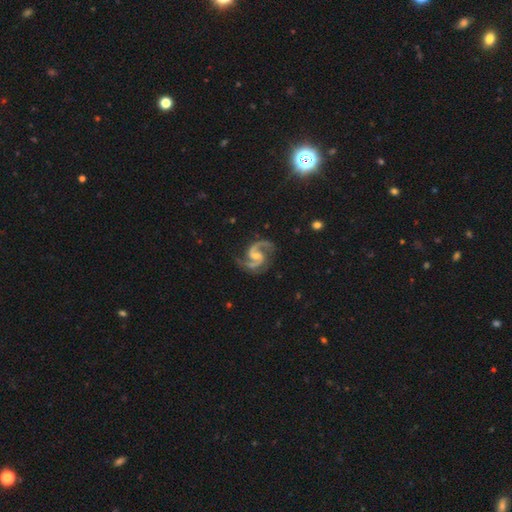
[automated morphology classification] Overall: featured or disk (94%). Edge-on disk: no (99%). Bar: weak (53%; no 29%). Spiral arms: yes (99%). Spiral arm count: 2 (95%). Spiral winding: medium (68%). Bulge size: small (46%; moderate 41%). Merging: none (78%).